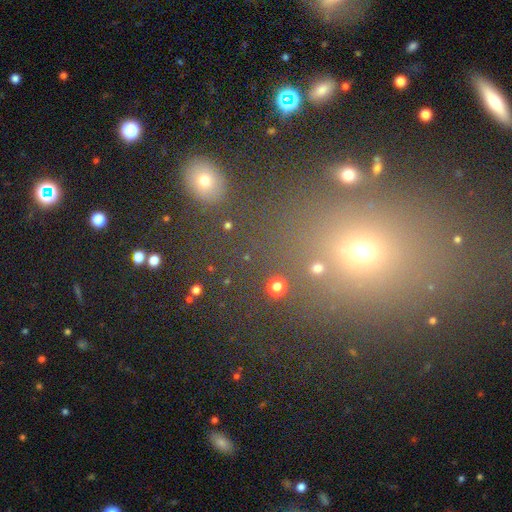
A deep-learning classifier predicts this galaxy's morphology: A smooth galaxy with no disk features (48%).

Vote fractions:
- Smooth or featured? smooth: 48% / star or artifact: 40% / featured or disk: 12%
- Merging? none: 77% / minor disturbance: 10% / merger: 7% / major disturbance: 6%